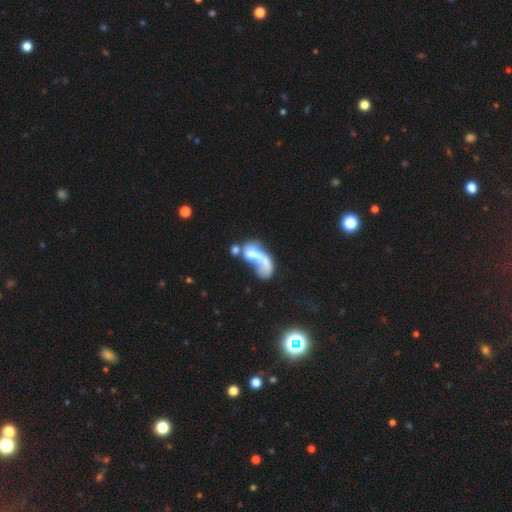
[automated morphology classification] featured or disk 51%, smooth 38%, star or artifact 11%. Down the decision tree: edge-on disk — no (95%); merging — merger (50%).